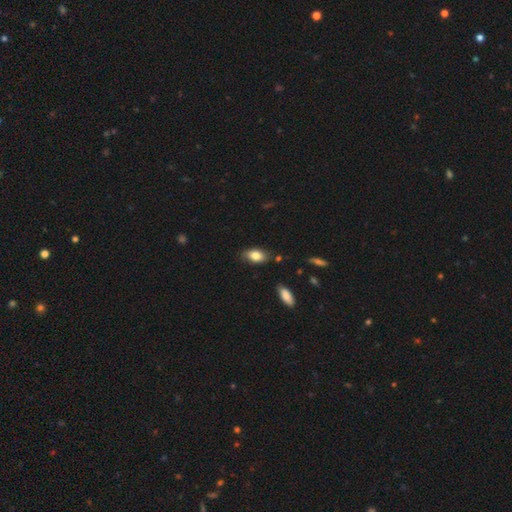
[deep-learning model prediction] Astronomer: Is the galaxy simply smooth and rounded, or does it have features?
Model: smooth — 81%.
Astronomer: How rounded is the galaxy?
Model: in between — 91%.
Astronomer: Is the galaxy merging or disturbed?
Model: none — 79%.